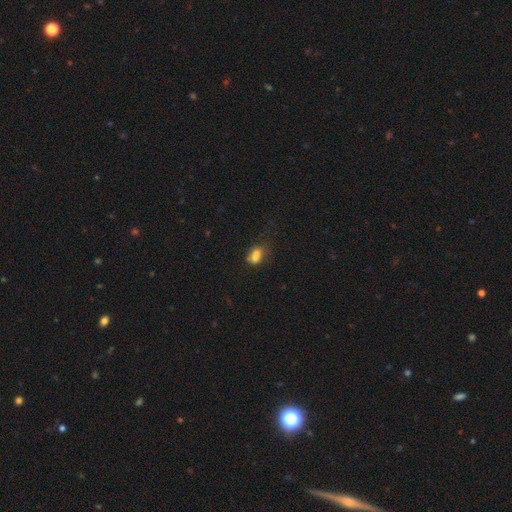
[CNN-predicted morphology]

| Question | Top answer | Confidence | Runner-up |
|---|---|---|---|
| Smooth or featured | smooth | 77% | star or artifact (13%) |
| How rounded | in between | 77% | round (16%) |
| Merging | none | 49% | minor disturbance (26%) |